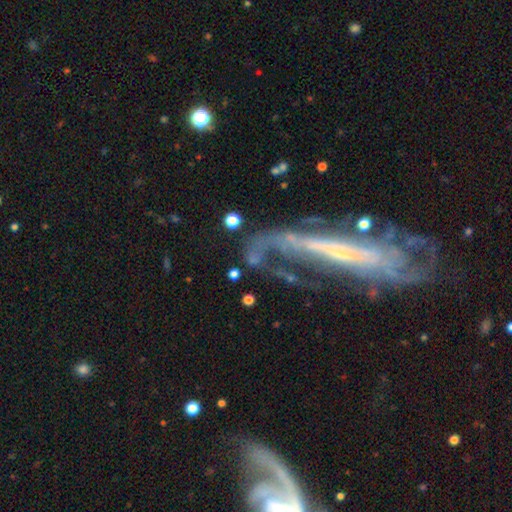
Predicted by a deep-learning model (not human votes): A featured or disk galaxy (54%).

Vote fractions:
- Smooth or featured? featured or disk: 54% / smooth: 28% / star or artifact: 18%
- Edge-on disk? no: 83% / yes: 17%
- Merging? none: 43% / major disturbance: 30% / minor disturbance: 14% / merger: 13%